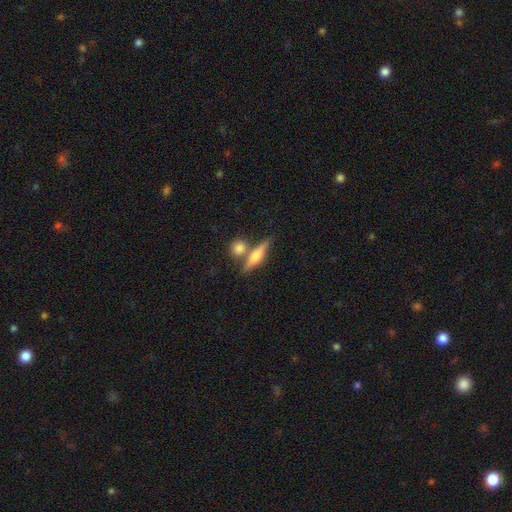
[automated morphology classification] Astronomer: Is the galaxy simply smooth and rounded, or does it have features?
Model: smooth — 57% (runner-up: featured or disk, 36%).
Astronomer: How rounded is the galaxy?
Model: cigar-shaped — 64%.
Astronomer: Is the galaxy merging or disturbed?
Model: none — 62%.